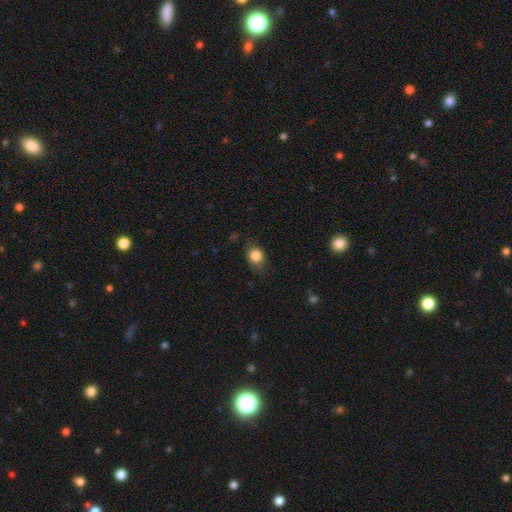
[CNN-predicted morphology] This is clearly a smooth galaxy (84%). How rounded: likely round (63%). Merging: likely none (72%).